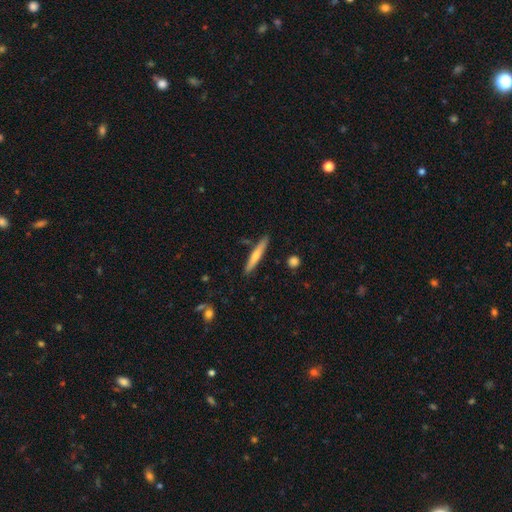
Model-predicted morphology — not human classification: Q: Smooth or featured?
A: smooth (60%); runner-up: featured or disk (34%)
Q: How rounded?
A: cigar-shaped (94%); runner-up: in between (5%)
Q: Merging?
A: none (87%); runner-up: minor disturbance (9%)